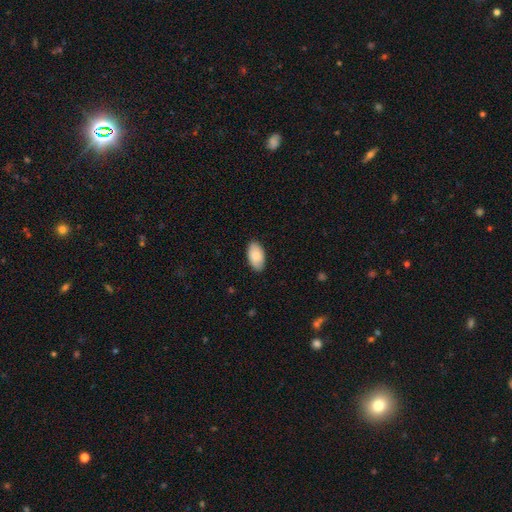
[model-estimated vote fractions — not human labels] Smooth or featured? smooth (82%)
How rounded? in between (95%)
Merging? none (88%)